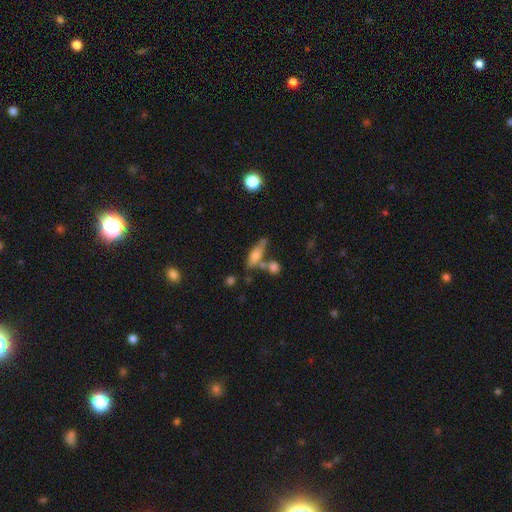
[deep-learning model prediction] Morphology: type=smooth (67%); roundness=in between (58%); merging=none (51%).